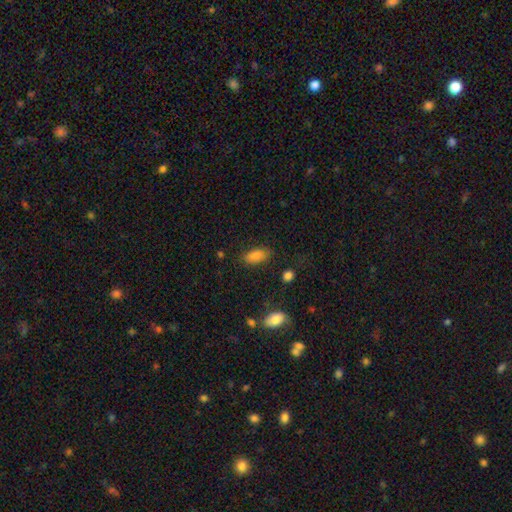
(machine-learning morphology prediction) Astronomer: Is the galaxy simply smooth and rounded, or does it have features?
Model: smooth — 85%.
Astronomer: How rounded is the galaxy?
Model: in between — 89%.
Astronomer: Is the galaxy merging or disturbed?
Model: none — 78%.